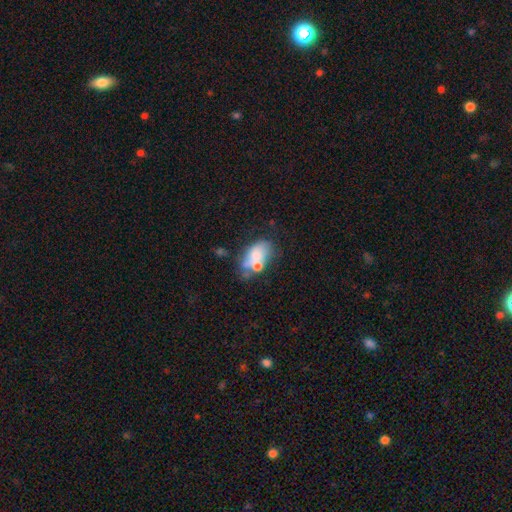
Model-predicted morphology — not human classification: smooth_or_featured: smooth (p=0.59) [alt: featured or disk p=0.31]
how_rounded: in between (p=0.87) [alt: round p=0.12]
merging: merger (p=0.34) [alt: none p=0.30]